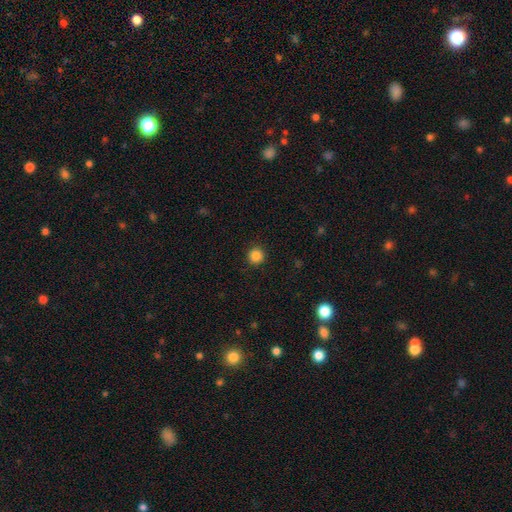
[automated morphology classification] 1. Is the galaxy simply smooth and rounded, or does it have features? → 87% smooth, 11% star or artifact, 3% featured or disk.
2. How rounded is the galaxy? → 95% round, 4% in between, 1% cigar-shaped.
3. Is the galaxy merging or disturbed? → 91% none, 6% minor disturbance, 2% major disturbance, 1% merger.